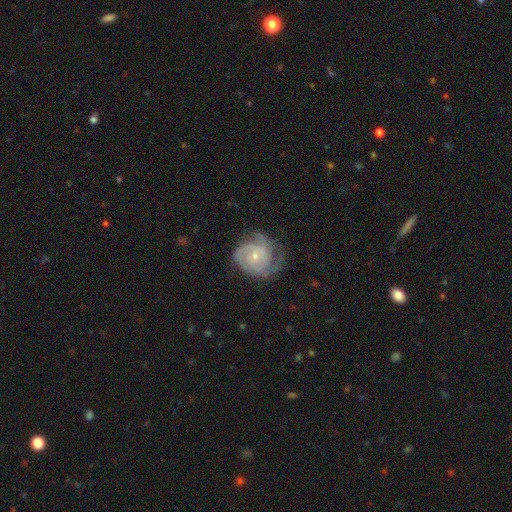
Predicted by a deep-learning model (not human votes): The model was most divided on "spiral arm count": 3: 33%, 2: 28%, can't tell: 21%, 4: 8%, 1: 5%, more than 4: 5%. More confident: edge-on disk — no (98%); spiral arms — yes (95%); smooth or featured — featured or disk (83%); bar — no (73%); bulge size — small (68%); spiral winding — tight (63%); merging — none (60%).